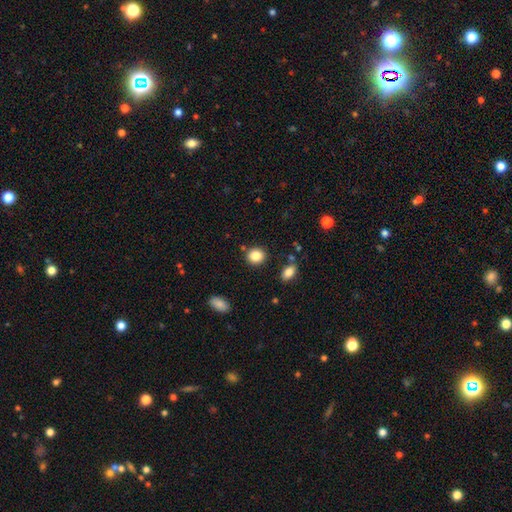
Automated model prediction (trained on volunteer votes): Smooth or featured? Predicted: smooth (p=0.85). How rounded? Predicted: round (p=0.78). Merging? Predicted: none (p=0.85).